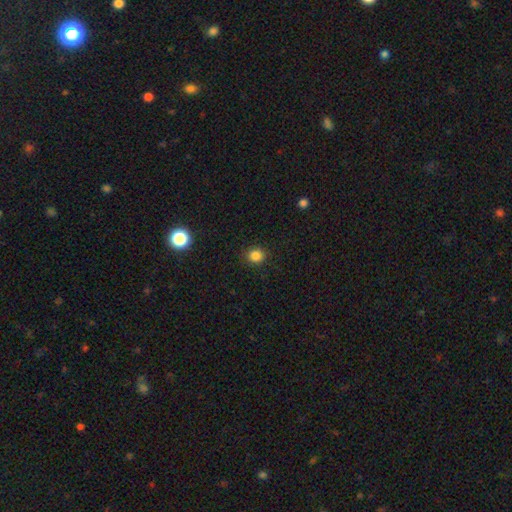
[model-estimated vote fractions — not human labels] Smooth or featured?
  - smooth: 84% *
  - star or artifact: 12%
  - featured or disk: 4%
How rounded?
  - round: 85% *
  - in between: 14%
  - cigar-shaped: 1%
Merging?
  - none: 90% *
  - minor disturbance: 7%
  - major disturbance: 2%
  - merger: 1%